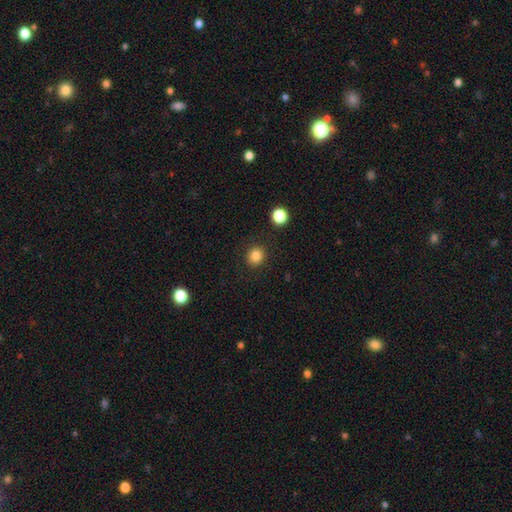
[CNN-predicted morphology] A smooth galaxy with no disk features (84%) that is round (84%).

Vote fractions:
- Smooth or featured? smooth: 84% / star or artifact: 12% / featured or disk: 5%
- How rounded? round: 84% / in between: 15% / cigar-shaped: 1%
- Merging? none: 89% / minor disturbance: 7% / major disturbance: 2% / merger: 2%